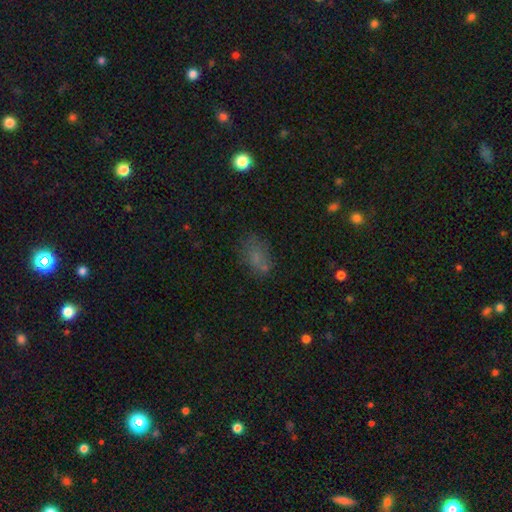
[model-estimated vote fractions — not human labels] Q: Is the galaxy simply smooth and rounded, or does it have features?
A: smooth — 66%.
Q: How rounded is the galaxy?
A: in between — 82%.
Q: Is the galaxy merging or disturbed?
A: none — 54%.